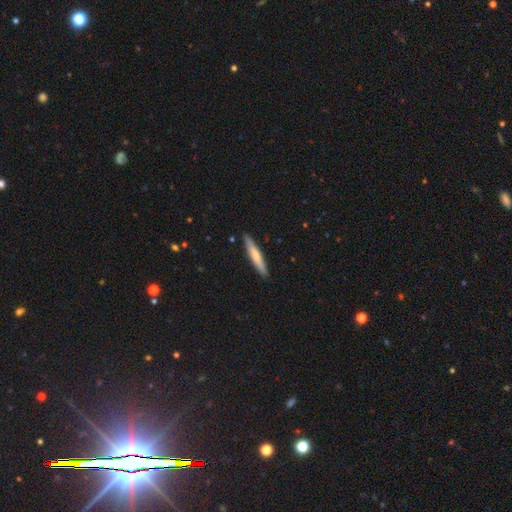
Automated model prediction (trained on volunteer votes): Smooth or featured? Predicted: smooth (p=0.68). How rounded? Predicted: cigar-shaped (p=0.92). Merging? Predicted: none (p=0.90).